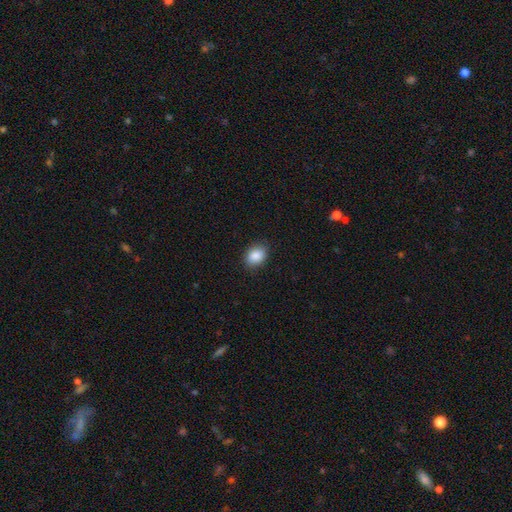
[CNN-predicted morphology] Smooth or featured? smooth (88%)
How rounded? in between (72%)
Merging? none (86%)